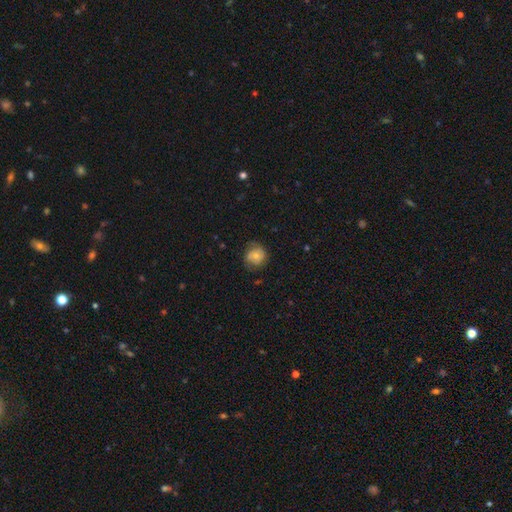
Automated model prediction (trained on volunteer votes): Smooth or featured? Predicted: smooth (p=0.56). How rounded? Predicted: round (p=0.82). Merging? Predicted: none (p=0.66).